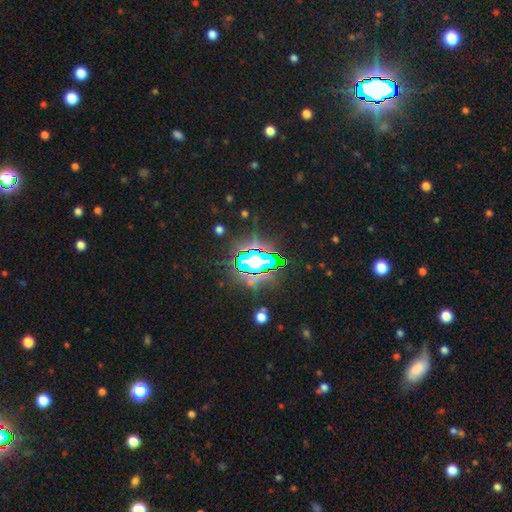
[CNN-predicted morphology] Q: Smooth or featured?
A: star or artifact (72%); runner-up: smooth (16%)